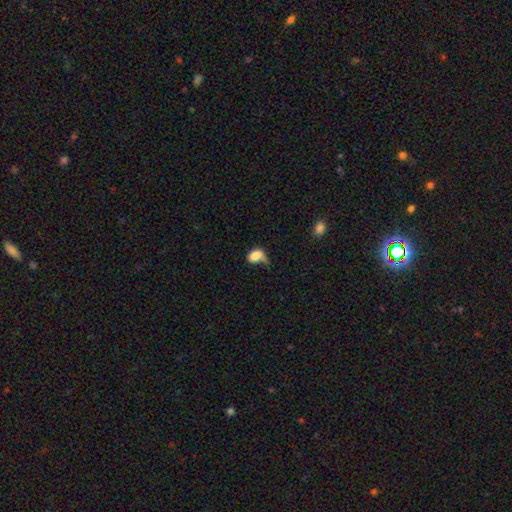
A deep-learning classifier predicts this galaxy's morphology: Overall: smooth (78%). How rounded: in between (80%). Merging: major disturbance (35%; none 29%).